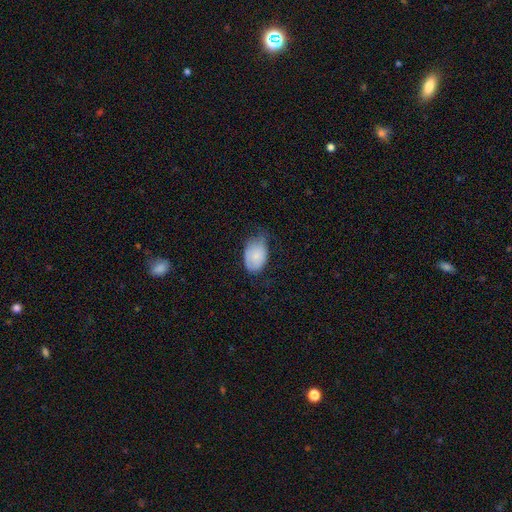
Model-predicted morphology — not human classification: A smooth galaxy with no disk features (78%) that is in between round and cigar-shaped (87%).

Vote fractions:
- Smooth or featured? smooth: 78% / featured or disk: 15% / star or artifact: 7%
- How rounded? in between: 87% / round: 12% / cigar-shaped: 1%
- Merging? minor disturbance: 47% / none: 36% / major disturbance: 15% / merger: 2%